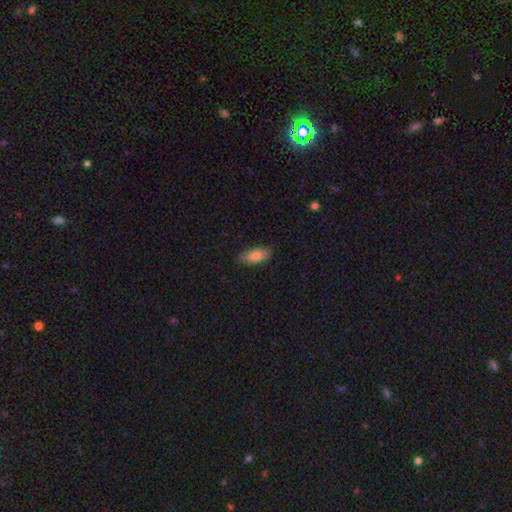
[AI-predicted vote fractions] This is clearly a smooth galaxy (82%). How rounded: clearly in between (85%). Merging: clearly none (84%).